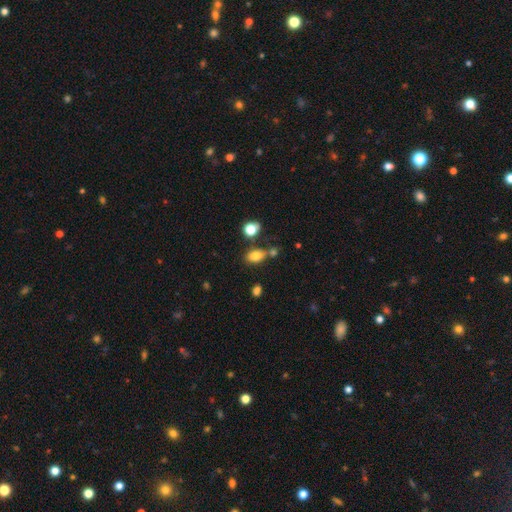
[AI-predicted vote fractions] smooth-or-featured: smooth: 80% | star or artifact: 12% | featured or disk: 8%
  how-rounded: in between: 83% | round: 14% | cigar-shaped: 3%
  merging: none: 66% | merger: 15% | minor disturbance: 14% | major disturbance: 5%